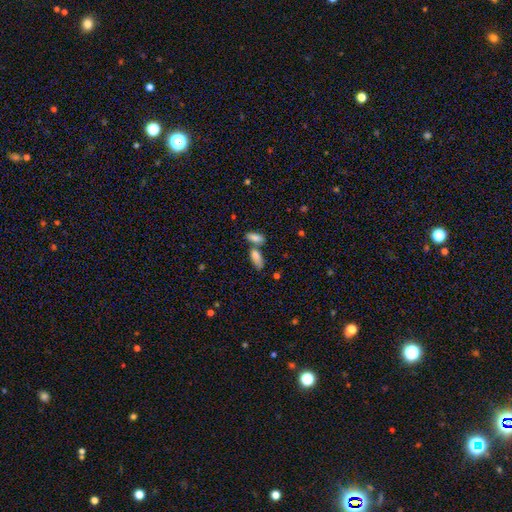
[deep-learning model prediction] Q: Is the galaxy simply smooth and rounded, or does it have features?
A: smooth — 81%.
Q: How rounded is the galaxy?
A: in between — 78%.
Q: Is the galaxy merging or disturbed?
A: merger — 43%.